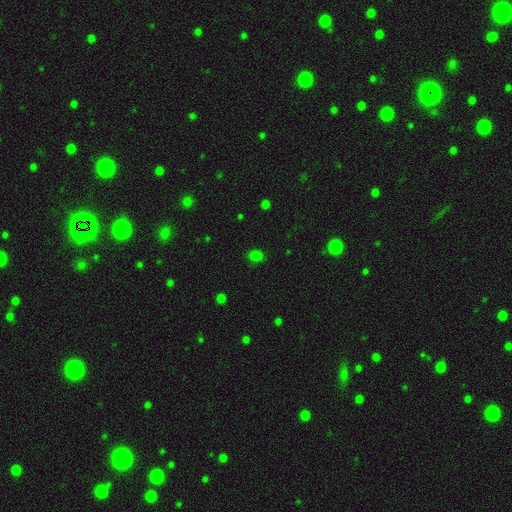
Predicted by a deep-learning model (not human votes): This appears to be a smooth galaxy with no disk features (73%) that is round (58%). Merging: none (85%).